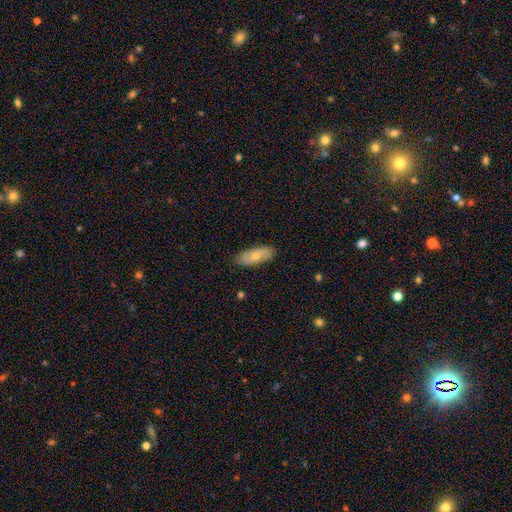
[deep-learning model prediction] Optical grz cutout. It shows a smooth galaxy with no disk features (50%). Merging: none (86%).